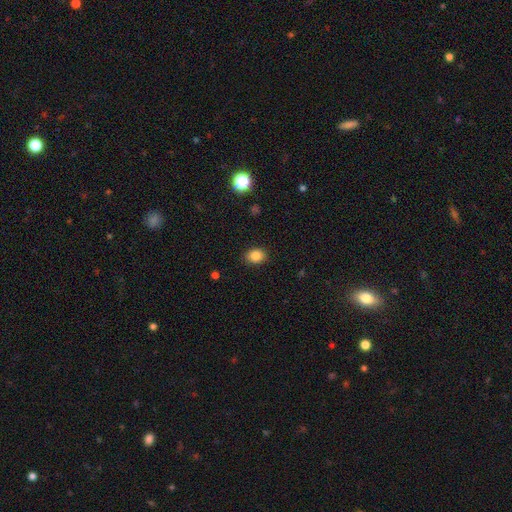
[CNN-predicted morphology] The model was most divided on "how rounded": in between: 51%, round: 48%, cigar-shaped: 1%. More confident: merging — none (88%); smooth or featured — smooth (85%).